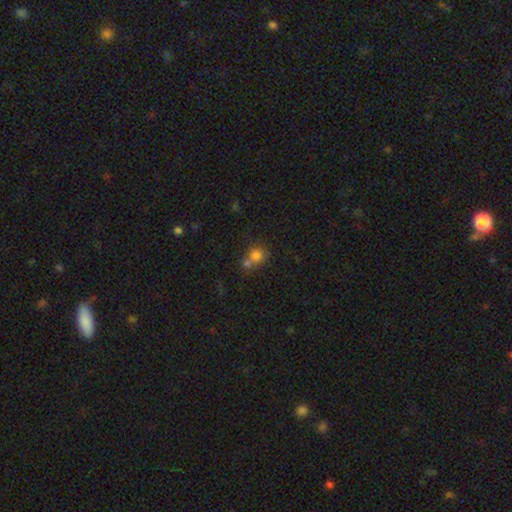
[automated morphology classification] This is likely a smooth galaxy (76%). How rounded: likely round (79%). Merging: possibly merger (49%).